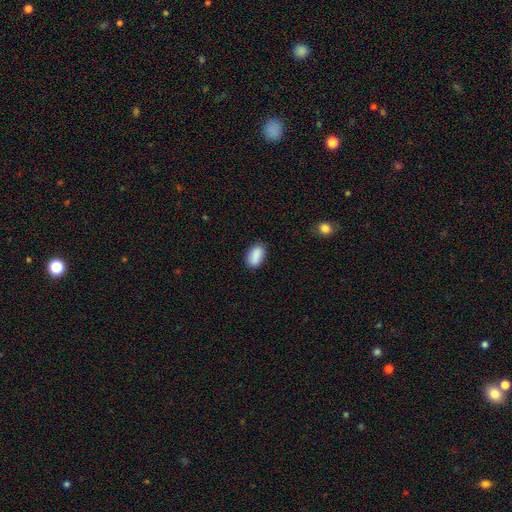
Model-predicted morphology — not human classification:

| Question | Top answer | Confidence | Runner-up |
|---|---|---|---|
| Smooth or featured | smooth | 88% | star or artifact (7%) |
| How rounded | in between | 91% | round (7%) |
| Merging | none | 82% | minor disturbance (14%) |